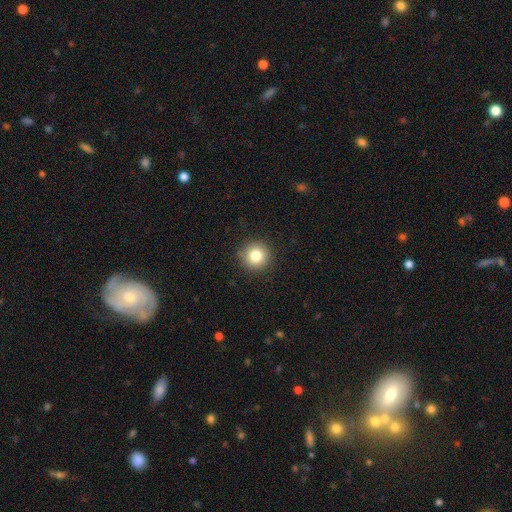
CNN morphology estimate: The model was most divided on "smooth or featured": smooth: 82%, star or artifact: 11%, featured or disk: 7%. More confident: how rounded — round (95%); merging — none (90%).